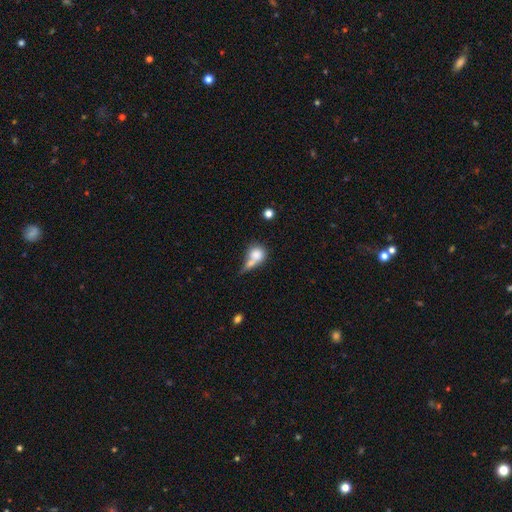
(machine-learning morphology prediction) This is likely a smooth galaxy (74%). How rounded: likely round (63%). Merging: possibly merger (47%).